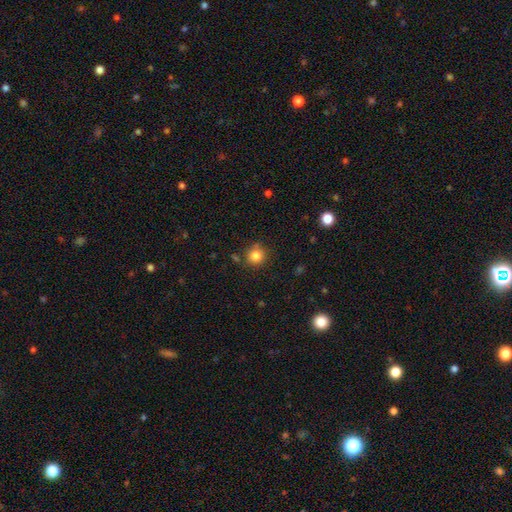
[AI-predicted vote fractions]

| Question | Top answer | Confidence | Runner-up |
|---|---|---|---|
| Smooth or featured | smooth | 83% | star or artifact (12%) |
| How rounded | round | 92% | in between (7%) |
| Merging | none | 82% | minor disturbance (11%) |